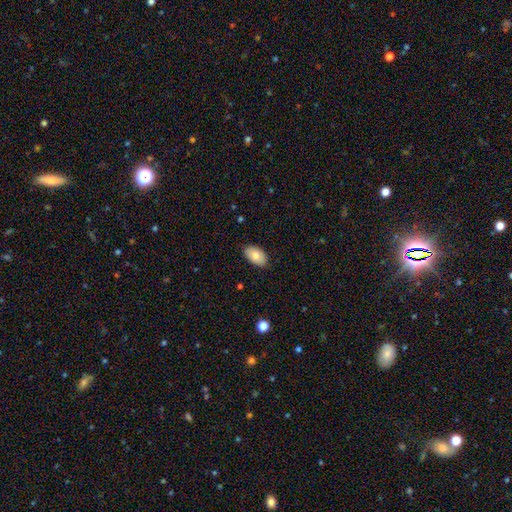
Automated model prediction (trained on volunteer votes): Morphology: type=smooth (79%); roundness=in between (94%); merging=none (85%).